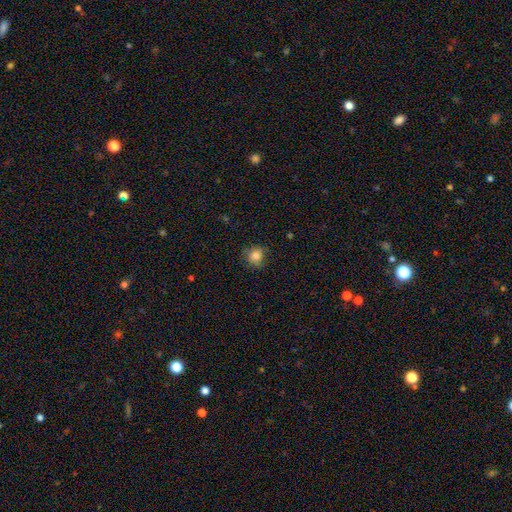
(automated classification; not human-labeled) smooth-or-featured: smooth: 81% | star or artifact: 10% | featured or disk: 9%
  how-rounded: round: 80% | in between: 19% | cigar-shaped: 1%
  merging: none: 73% | minor disturbance: 20% | major disturbance: 6% | merger: 1%